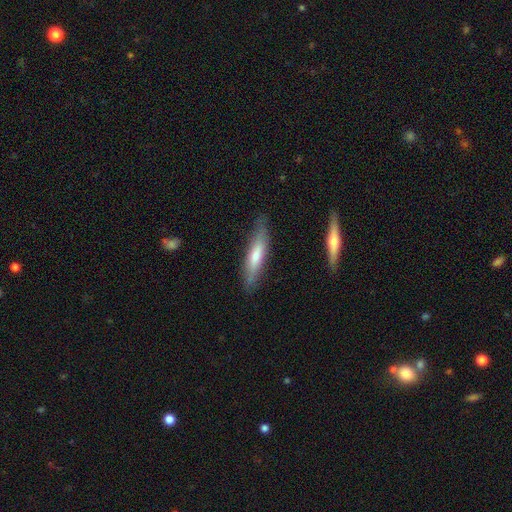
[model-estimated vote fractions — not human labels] Smooth or featured? Predicted: smooth (p=0.53). How rounded? Predicted: cigar-shaped (p=0.80). Merging? Predicted: none (p=0.79).